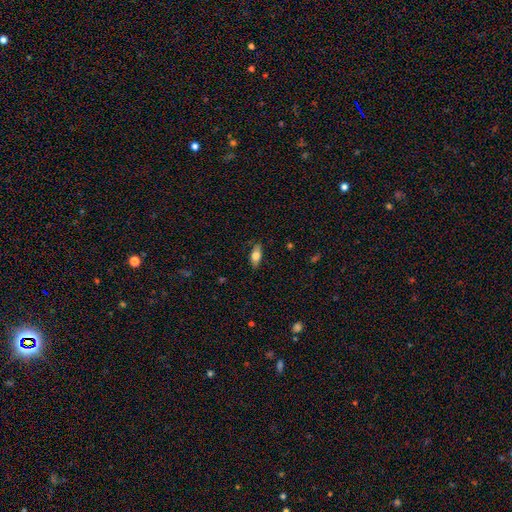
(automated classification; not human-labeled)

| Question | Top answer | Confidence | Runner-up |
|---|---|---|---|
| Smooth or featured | smooth | 72% | featured or disk (21%) |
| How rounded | in between | 82% | cigar-shaped (14%) |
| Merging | none | 82% | minor disturbance (14%) |